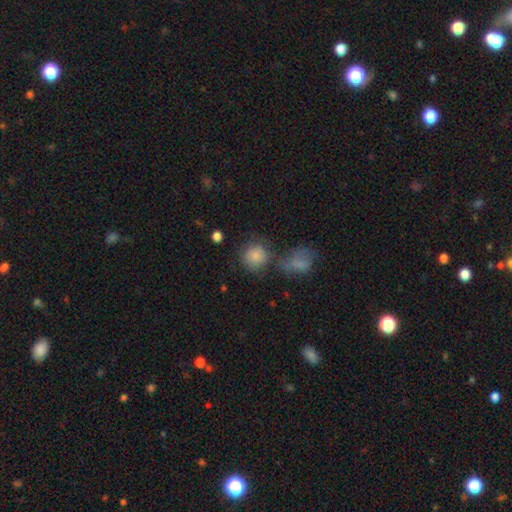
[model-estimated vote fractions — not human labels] This is clearly a smooth galaxy (82%). How rounded: clearly round (85%). Merging: possibly none (50%).